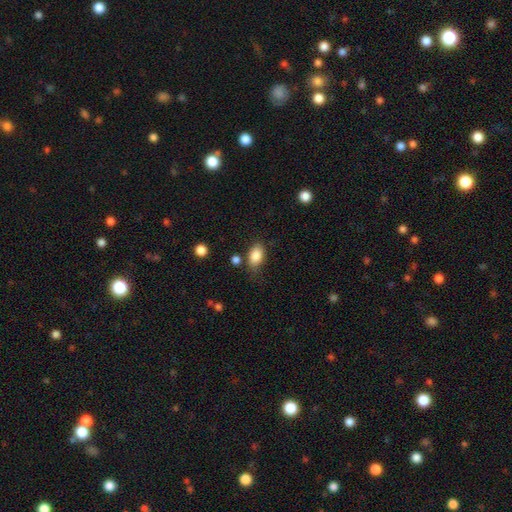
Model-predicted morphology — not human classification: smooth_or_featured: smooth (p=0.86) [alt: star or artifact p=0.08]
how_rounded: in between (p=0.87) [alt: round p=0.10]
merging: none (p=0.71) [alt: minor disturbance p=0.19]